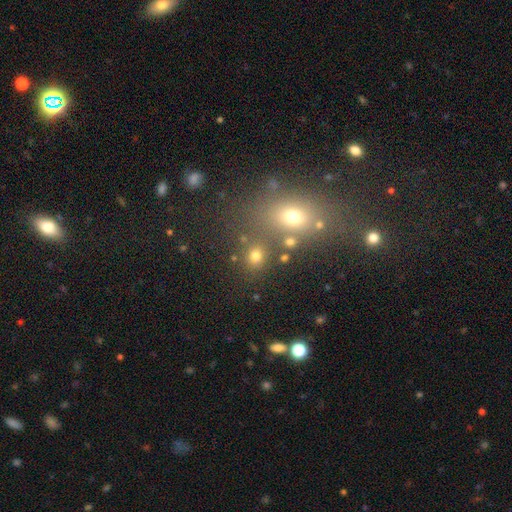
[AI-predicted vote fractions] A smooth galaxy with no disk features (71%) that is round (69%). Merging: none (72%).